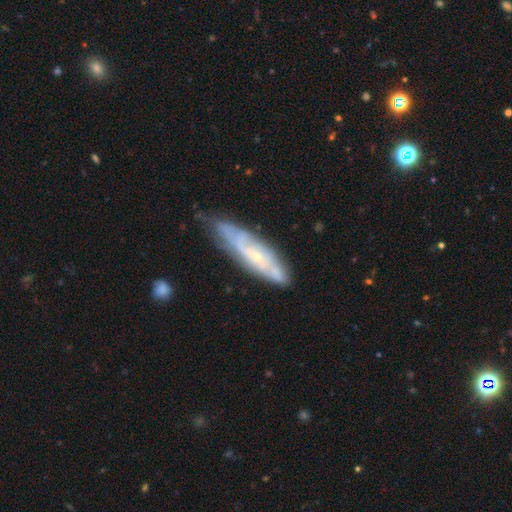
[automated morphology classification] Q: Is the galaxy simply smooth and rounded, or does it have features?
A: featured or disk — 69%.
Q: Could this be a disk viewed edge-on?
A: no — 69%.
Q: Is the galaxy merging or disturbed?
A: none — 58%.